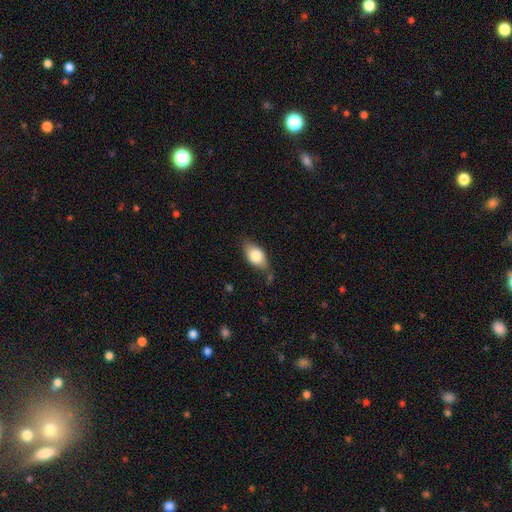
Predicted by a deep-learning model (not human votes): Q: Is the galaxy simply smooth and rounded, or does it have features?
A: smooth — 77%.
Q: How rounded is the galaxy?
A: in between — 88%.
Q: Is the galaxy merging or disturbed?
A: none — 67%.